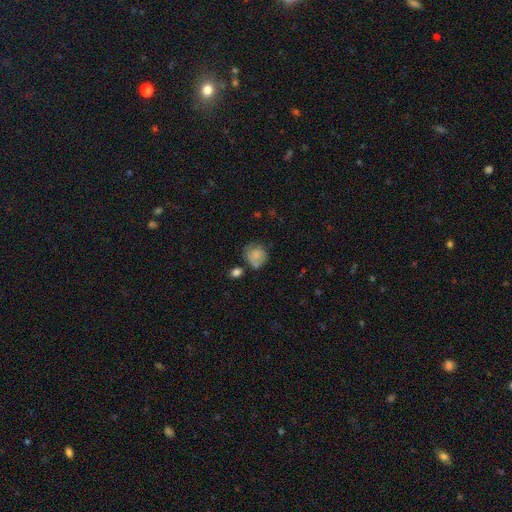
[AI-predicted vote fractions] smooth_or_featured: smooth (p=0.75) [alt: featured or disk p=0.16]
how_rounded: round (p=0.74) [alt: in between p=0.25]
merging: none (p=0.49) [alt: minor disturbance p=0.27]